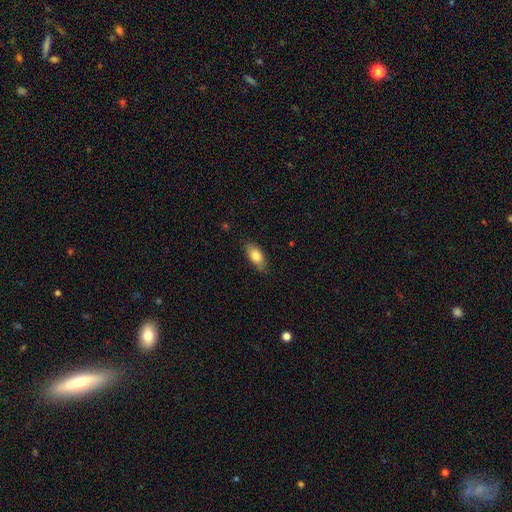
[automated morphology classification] A smooth galaxy with no disk features (79%) that is in between round and cigar-shaped (85%).

Vote fractions:
- Smooth or featured? smooth: 79% / featured or disk: 14% / star or artifact: 7%
- How rounded? in between: 85% / cigar-shaped: 11% / round: 4%
- Merging? none: 80% / minor disturbance: 16% / major disturbance: 3% / merger: 1%